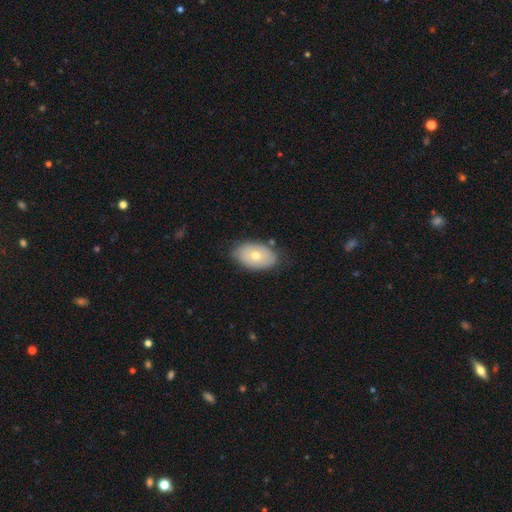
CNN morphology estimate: Overall: smooth (66%; featured or disk 27%). How rounded: in between (90%). Merging: none (74%).